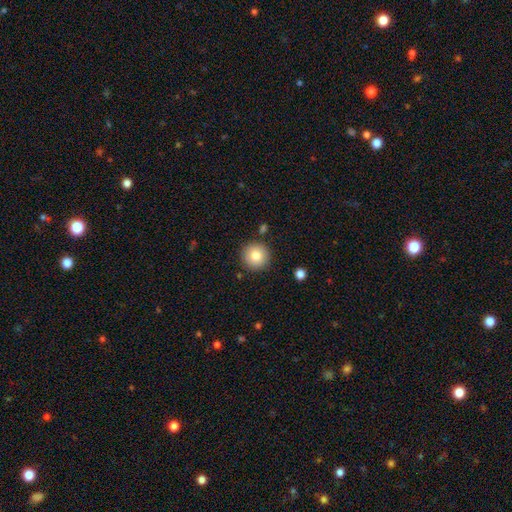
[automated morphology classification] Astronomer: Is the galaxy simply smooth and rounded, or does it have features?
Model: smooth — 82%.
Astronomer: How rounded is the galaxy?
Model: round — 95%.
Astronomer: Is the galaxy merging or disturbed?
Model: none — 88%.